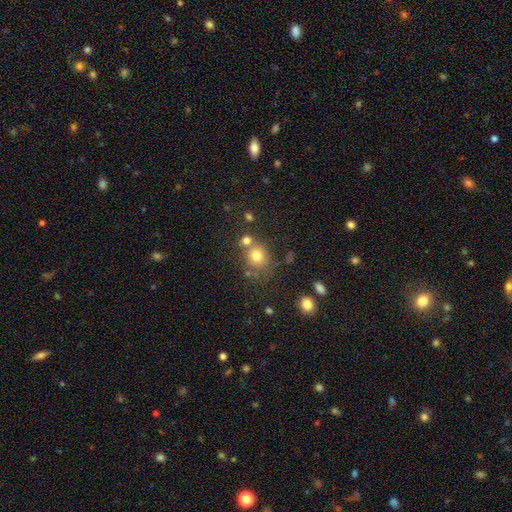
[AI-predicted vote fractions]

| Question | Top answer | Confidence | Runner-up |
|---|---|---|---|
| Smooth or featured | smooth | 75% | star or artifact (15%) |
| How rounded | round | 81% | in between (18%) |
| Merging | none | 59% | merger (24%) |